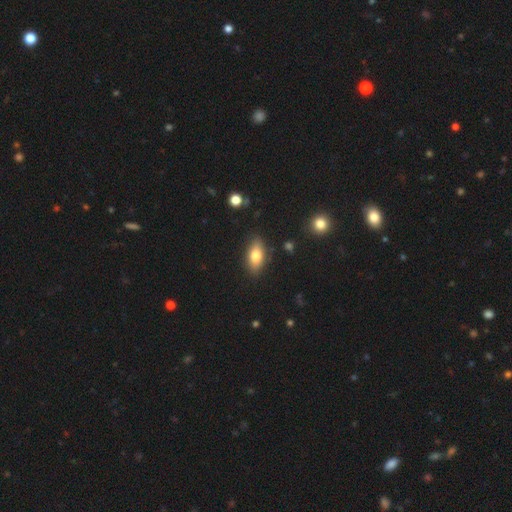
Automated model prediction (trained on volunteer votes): smooth-or-featured: smooth: 75% | featured or disk: 17% | star or artifact: 8%
  how-rounded: in between: 86% | cigar-shaped: 10% | round: 5%
  merging: none: 85% | minor disturbance: 11% | major disturbance: 2% | merger: 2%